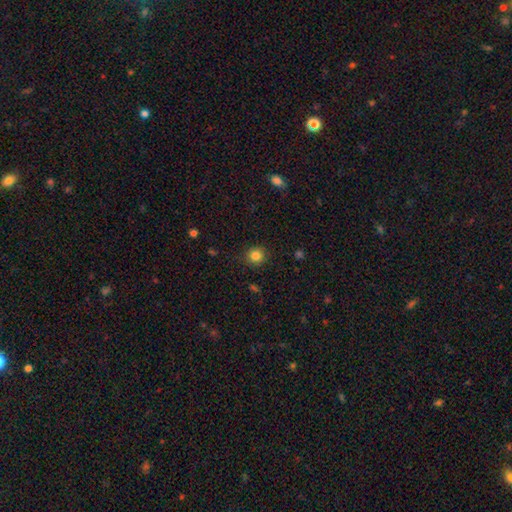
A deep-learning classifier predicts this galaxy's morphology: smooth 83%, star or artifact 12%, featured or disk 5%. Down the decision tree: how rounded — round (90%); merging — none (88%).